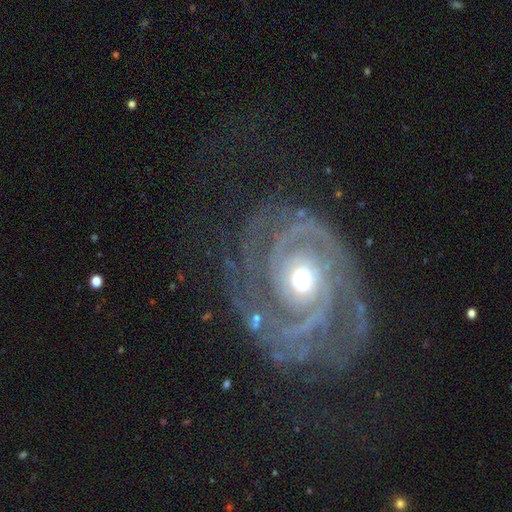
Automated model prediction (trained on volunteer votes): Smooth or featured: featured or disk — 92% (star or artifact — 5%)
Edge-on disk: no — 97% (yes — 3%)
Bar: no — 70% (weak — 19%)
Spiral arms: yes — 98% (no — 2%)
Spiral winding: tight — 70% (medium — 25%)
Spiral arm count: 2 — 53% (3 — 18%)
Bulge size: moderate — 70% (small — 19%)
Merging: none — 68% (minor disturbance — 17%)